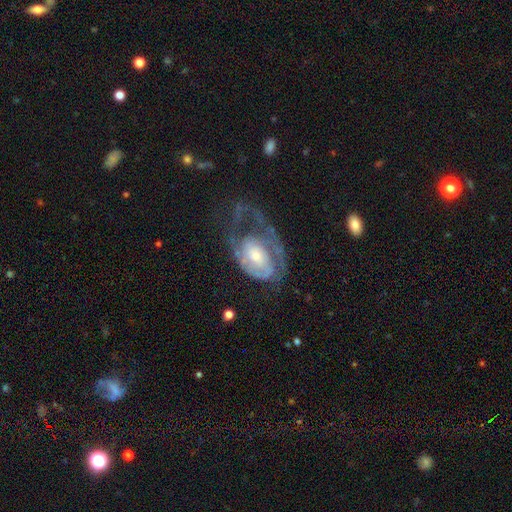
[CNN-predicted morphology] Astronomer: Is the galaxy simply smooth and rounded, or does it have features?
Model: featured or disk — 78%.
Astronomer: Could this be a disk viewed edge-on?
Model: no — 96%.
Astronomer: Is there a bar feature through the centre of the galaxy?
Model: no — 69%.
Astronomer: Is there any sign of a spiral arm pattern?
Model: yes — 83%.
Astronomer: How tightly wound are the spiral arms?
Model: tight — 48% (runner-up: medium, 34%).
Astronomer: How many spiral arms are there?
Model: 2 — 32% (runner-up: 1, 29%).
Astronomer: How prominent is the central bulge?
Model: small — 45% (runner-up: moderate, 43%).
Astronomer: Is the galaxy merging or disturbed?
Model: major disturbance — 45% (runner-up: none, 33%).